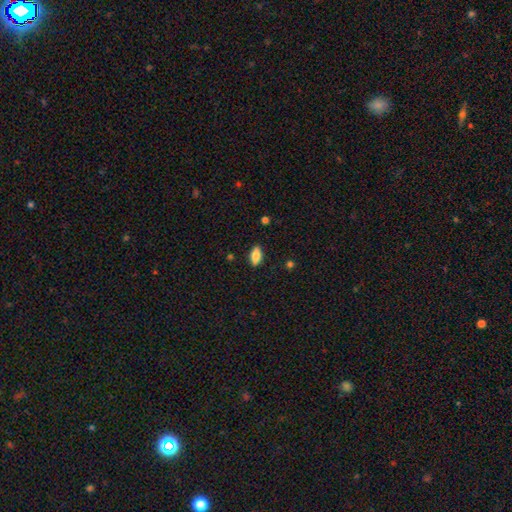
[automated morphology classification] Overall: smooth (78%). How rounded: in between (86%). Merging: none (86%).